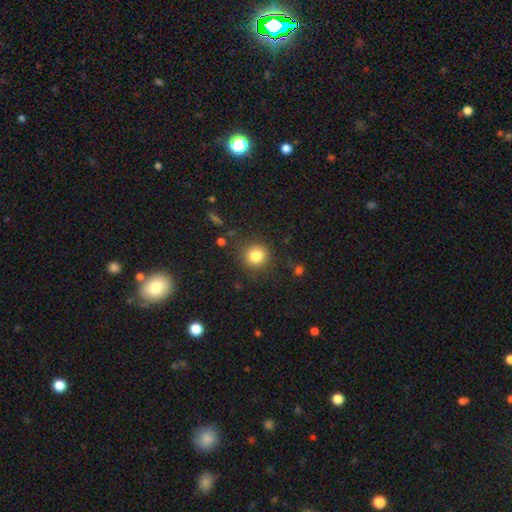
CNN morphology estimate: A smooth galaxy with no disk features (82%) that is round (91%). Merging: none (86%).